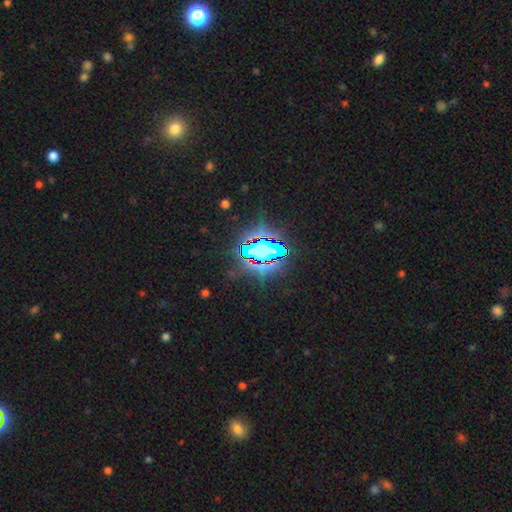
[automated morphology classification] smooth_or_featured: star or artifact (p=0.72) [alt: smooth p=0.14]